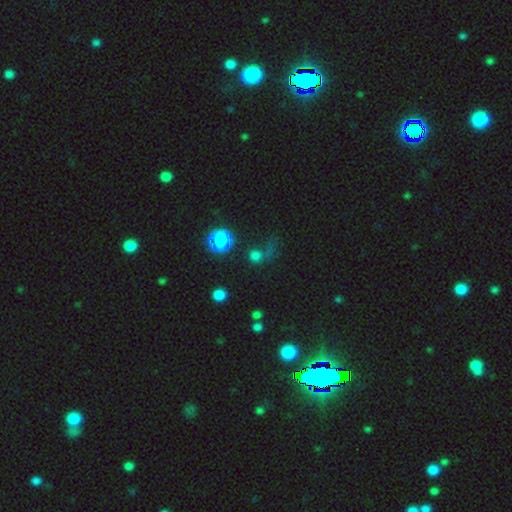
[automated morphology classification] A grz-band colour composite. It shows a smooth galaxy with no disk features (64%) that is round (84%). Merging: none (51%).